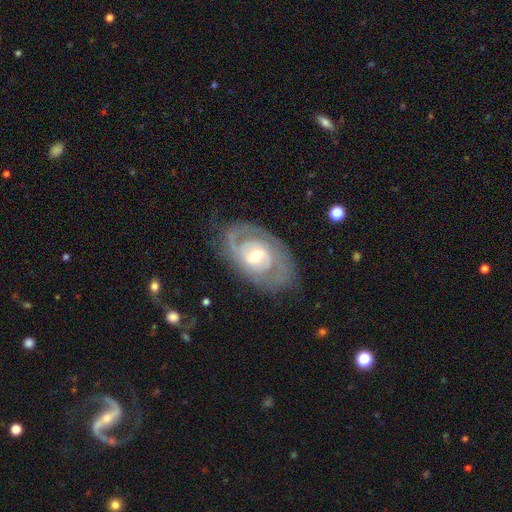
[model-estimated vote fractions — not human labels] This is clearly a featured or disk galaxy (86%). It is clearly not viewed edge-on (95%). Bar: possibly no (54%). Spiral arm pattern: clearly yes (92%). Spiral arm count: possibly 2 (52%). Spiral winding: likely tight (65%). Central bulge: likely moderate (63%). Merging: likely none (74%).